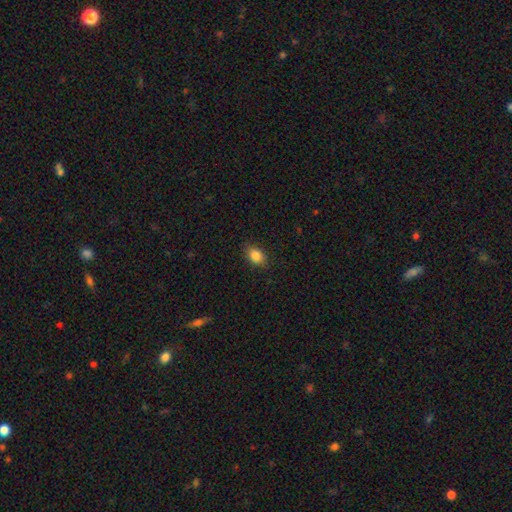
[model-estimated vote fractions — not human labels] Morphology: type=smooth (86%); roundness=in between (74%); merging=none (86%).